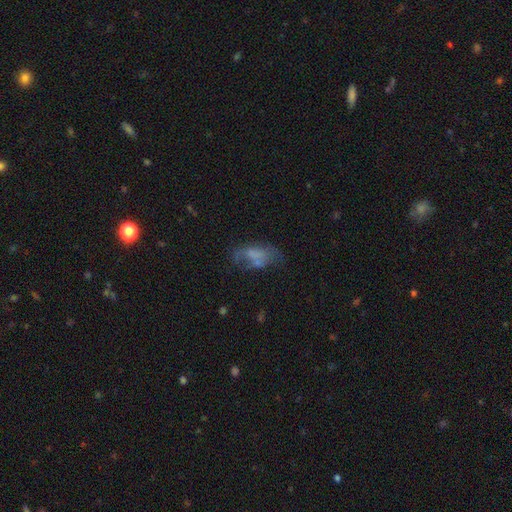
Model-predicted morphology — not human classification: The model was most divided on "merging": none: 36%, major disturbance: 29%, minor disturbance: 24%, merger: 11%. Remaining: smooth or featured — smooth (49%).